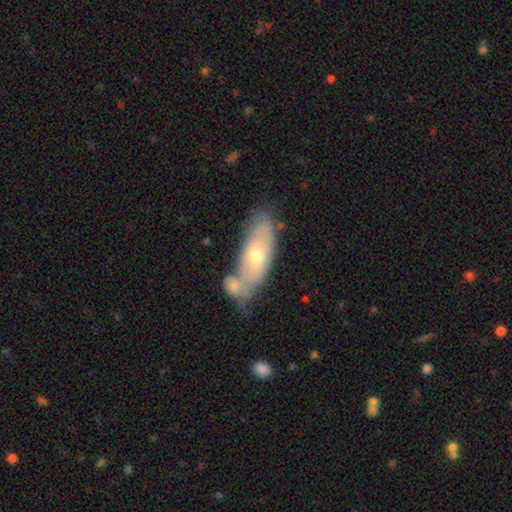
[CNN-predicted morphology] Q: Smooth or featured?
A: smooth (50%); runner-up: featured or disk (44%)
Q: How rounded?
A: in between (74%); runner-up: cigar-shaped (23%)
Q: Merging?
A: none (41%); runner-up: merger (35%)